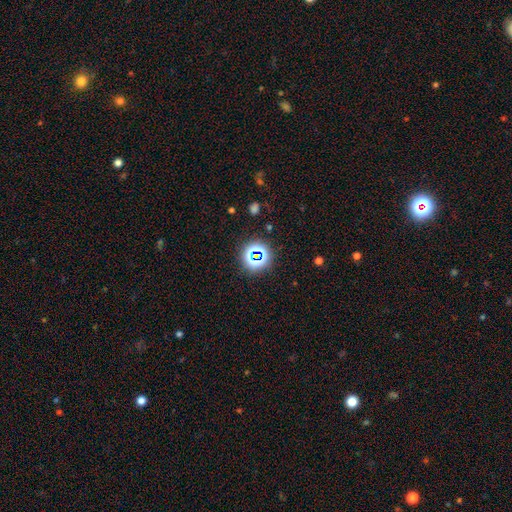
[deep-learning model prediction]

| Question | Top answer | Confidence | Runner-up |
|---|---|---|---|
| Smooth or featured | star or artifact | 65% | smooth (25%) |